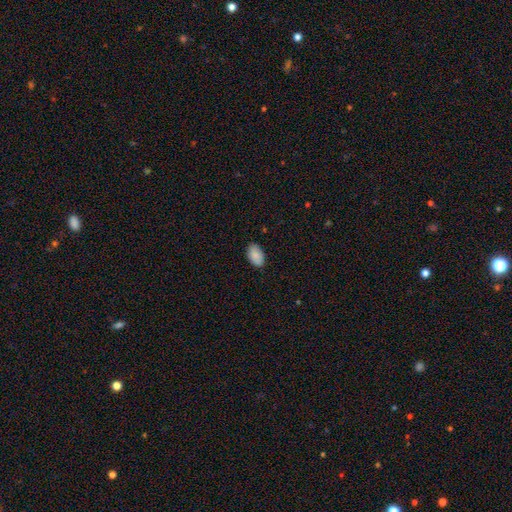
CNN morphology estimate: A smooth galaxy with no disk features (89%) that is in between round and cigar-shaped (93%). Merging: none (85%).